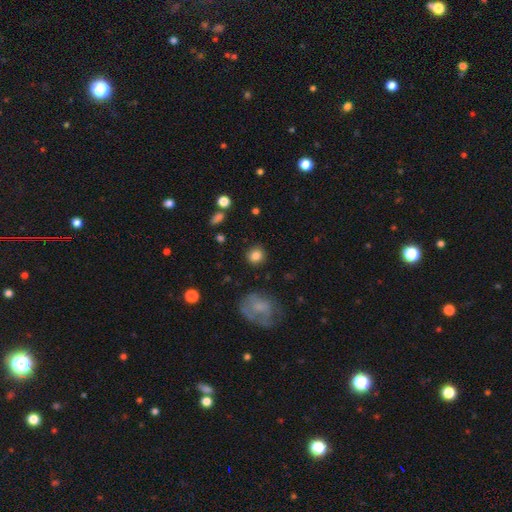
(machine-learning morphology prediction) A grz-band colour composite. It shows a smooth galaxy with no disk features (84%) that is round (88%). Merging: none (88%).